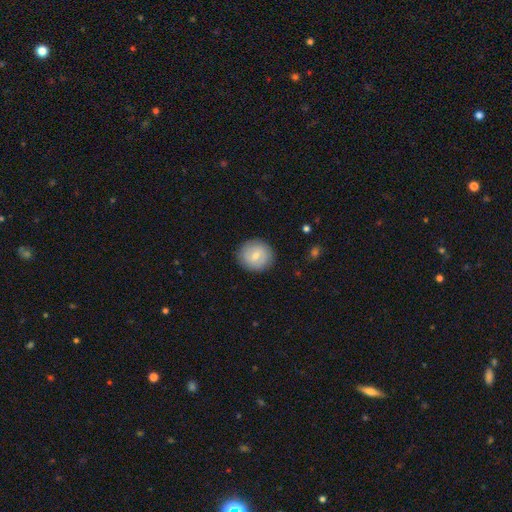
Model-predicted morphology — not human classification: Q: Smooth or featured?
A: smooth (71%); runner-up: featured or disk (22%)
Q: How rounded?
A: round (87%); runner-up: in between (12%)
Q: Merging?
A: none (88%); runner-up: minor disturbance (8%)